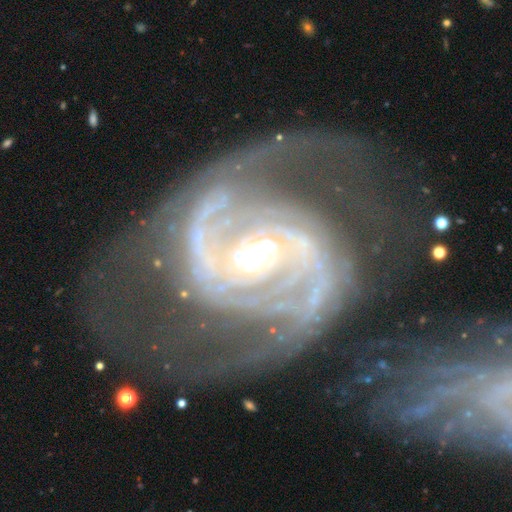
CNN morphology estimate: Smooth or featured? featured or disk (92%)
Edge-on disk? no (98%)
Bar? no (52%)
Spiral arms? yes (97%)
Spiral winding? tight (49%)
Spiral arm count? 2 (51%)
Bulge size? moderate (68%)
Merging? none (53%)